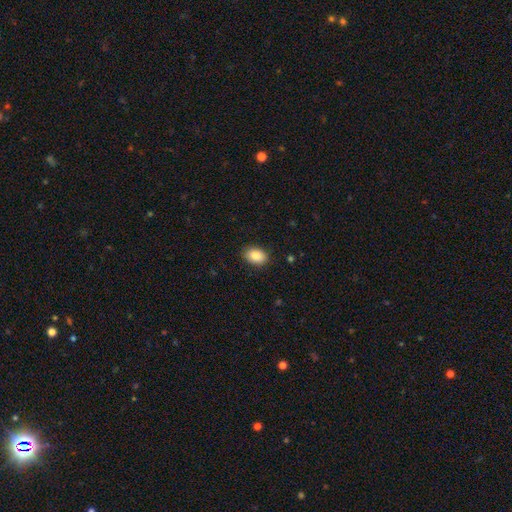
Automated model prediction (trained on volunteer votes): This is clearly a smooth galaxy (87%). How rounded: clearly in between (85%). Merging: clearly none (88%).